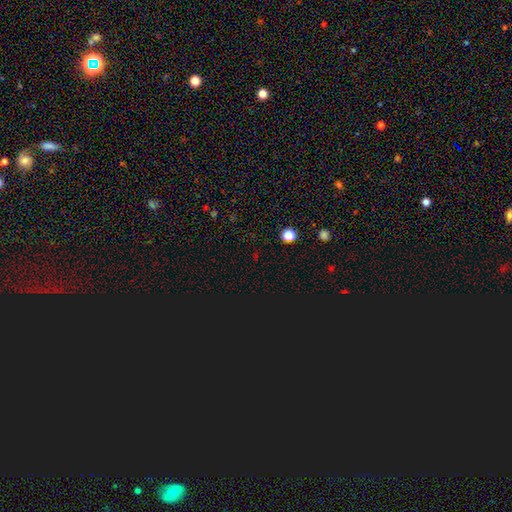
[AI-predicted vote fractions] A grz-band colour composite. It shows a star or artifact, not a galaxy (64%).